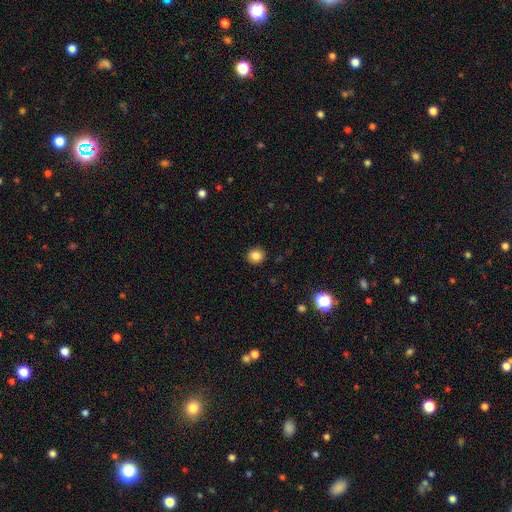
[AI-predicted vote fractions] Smooth or featured: smooth — 84% (star or artifact — 11%)
How rounded: round — 88% (in between — 11%)
Merging: none — 91% (minor disturbance — 6%)